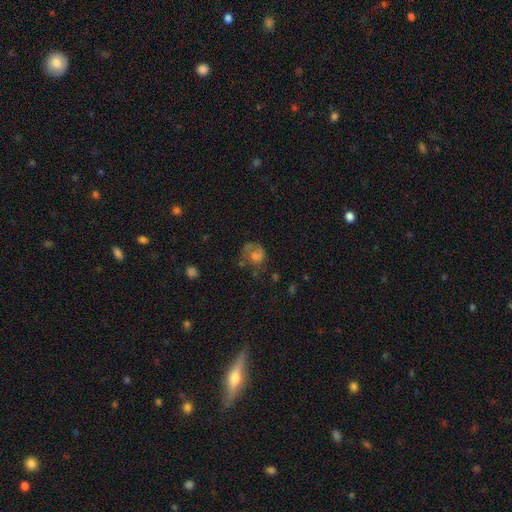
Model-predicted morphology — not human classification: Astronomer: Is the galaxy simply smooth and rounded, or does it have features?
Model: smooth — 48% (runner-up: featured or disk, 35%).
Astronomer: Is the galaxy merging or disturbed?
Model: none — 41% (runner-up: major disturbance, 31%).